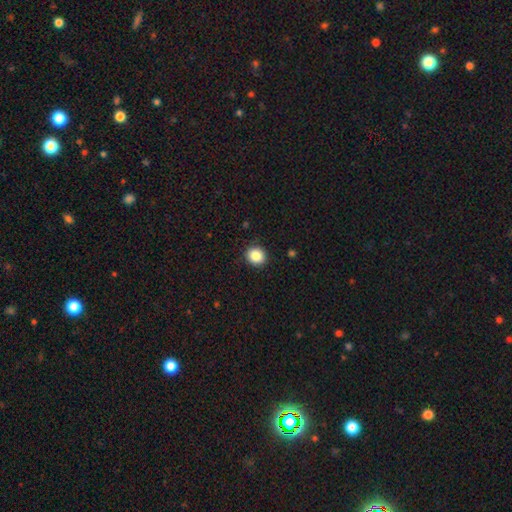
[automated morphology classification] A smooth galaxy with no disk features (87%) that is round (81%).

Vote fractions:
- Smooth or featured? smooth: 87% / star or artifact: 9% / featured or disk: 4%
- How rounded? round: 81% / in between: 18% / cigar-shaped: 1%
- Merging? none: 90% / minor disturbance: 7% / major disturbance: 2% / merger: 1%